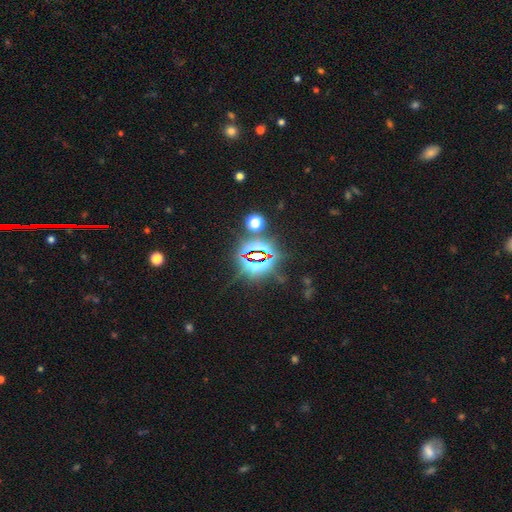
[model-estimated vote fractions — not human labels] Smooth or featured? Predicted: star or artifact (p=0.78).